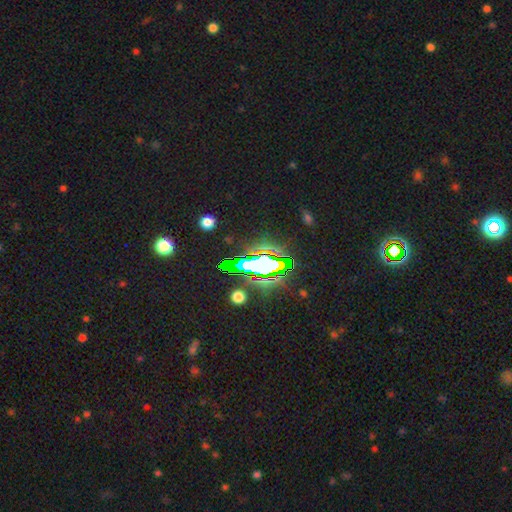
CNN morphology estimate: smooth_or_featured: star or artifact (p=0.65) [alt: smooth p=0.21]